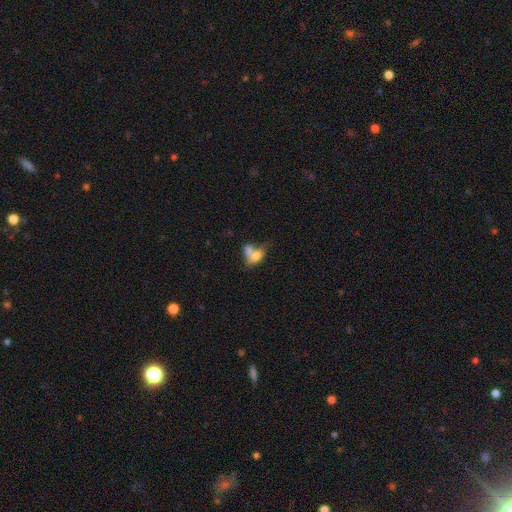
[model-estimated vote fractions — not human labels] A smooth galaxy with no disk features (68%) that is in between round and cigar-shaped (76%).

Vote fractions:
- Smooth or featured? smooth: 68% / featured or disk: 23% / star or artifact: 9%
- How rounded? in between: 76% / round: 20% / cigar-shaped: 4%
- Merging? merger: 63% / none: 18% / minor disturbance: 10% / major disturbance: 9%